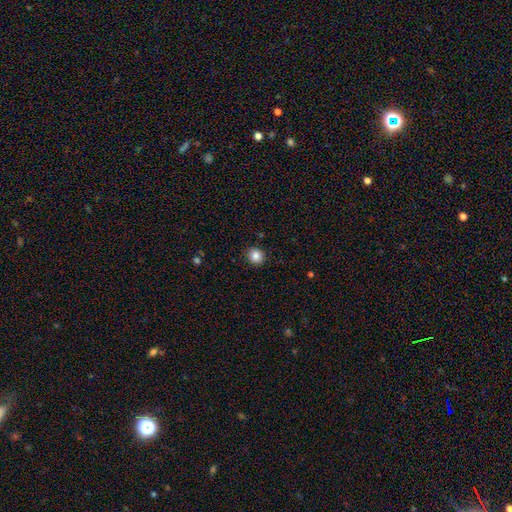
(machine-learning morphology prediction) type=smooth (85%); roundness=round (87%); merging=none (91%).